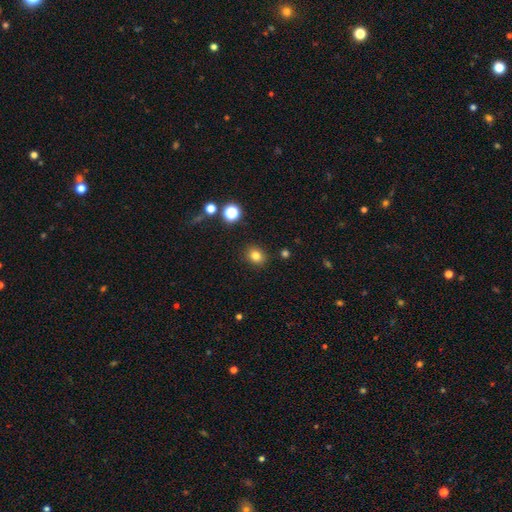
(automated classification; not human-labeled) smooth_or_featured: smooth (p=0.80) [alt: star or artifact p=0.14]
how_rounded: round (p=0.66) [alt: in between p=0.33]
merging: none (p=0.89) [alt: minor disturbance p=0.07]